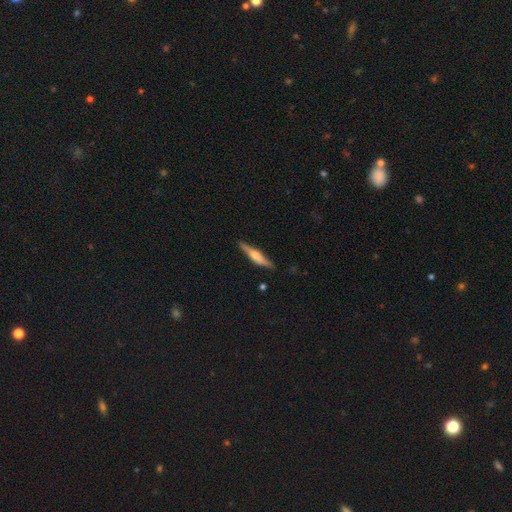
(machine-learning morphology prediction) smooth-or-featured: featured or disk: 63% | smooth: 32% | star or artifact: 5%
  disk-edge-on: yes: 97% | no: 3%
    edge-on-bulge: rounded: 79% | boxy: 16% | none: 5%
  merging: none: 88% | minor disturbance: 9% | major disturbance: 2% | merger: 1%